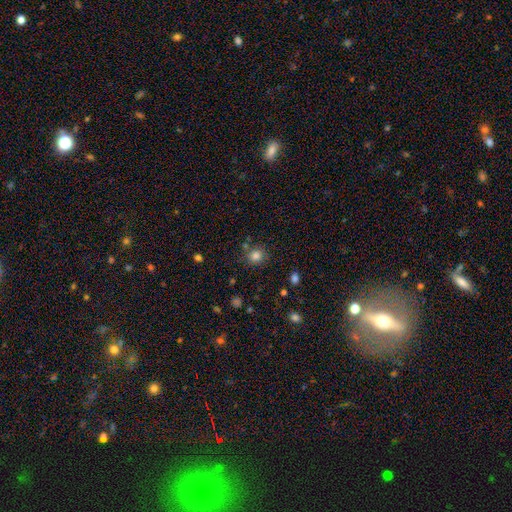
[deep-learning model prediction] The model was most divided on "how rounded": round: 79%, in between: 20%, cigar-shaped: 1%. More confident: smooth or featured — smooth (82%); merging — none (78%).